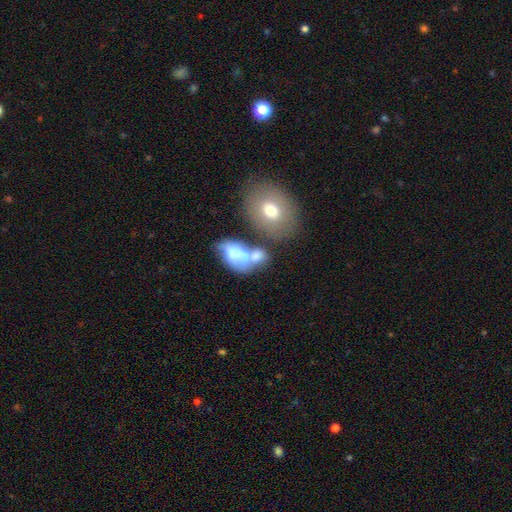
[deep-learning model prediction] This is likely a smooth galaxy (65%). How rounded: likely in between (78%). Merging: possibly merger (52%).